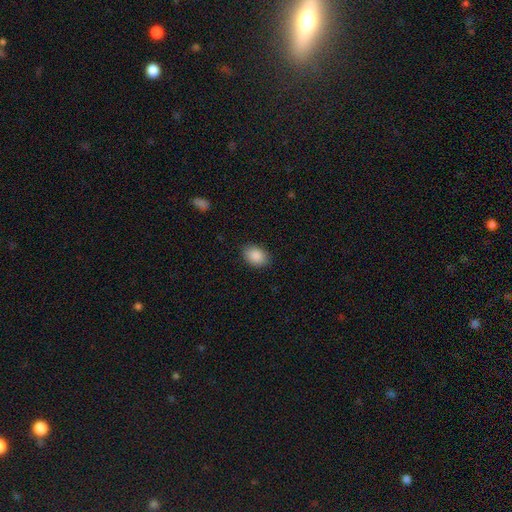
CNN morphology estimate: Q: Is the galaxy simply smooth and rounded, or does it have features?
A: smooth — 89%.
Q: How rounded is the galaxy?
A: in between — 80%.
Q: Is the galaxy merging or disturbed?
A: none — 87%.